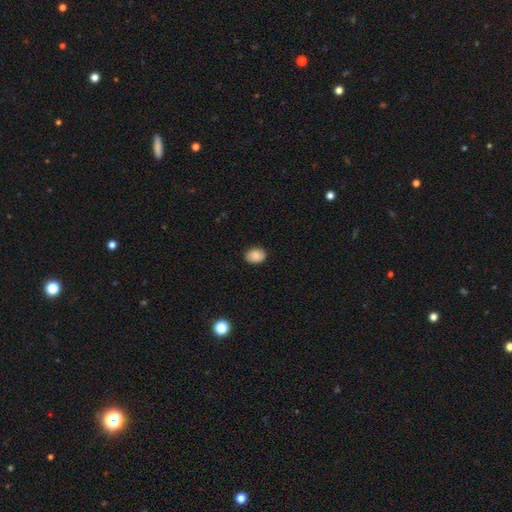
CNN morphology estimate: Q: Smooth or featured?
A: smooth (86%); runner-up: star or artifact (8%)
Q: How rounded?
A: in between (68%); runner-up: round (31%)
Q: Merging?
A: none (88%); runner-up: minor disturbance (9%)